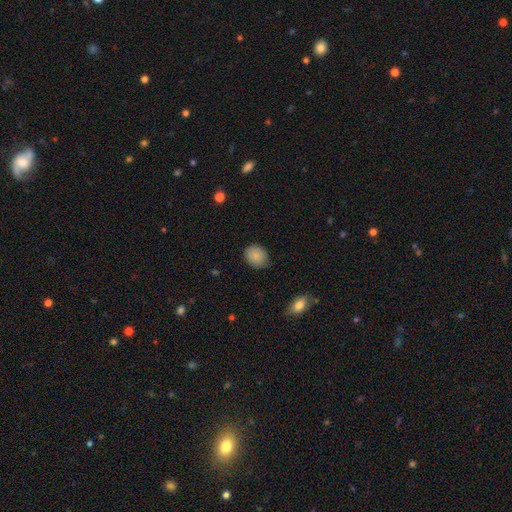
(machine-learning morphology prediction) Overall: smooth (87%). How rounded: round (55%; in between 44%). Merging: none (78%).